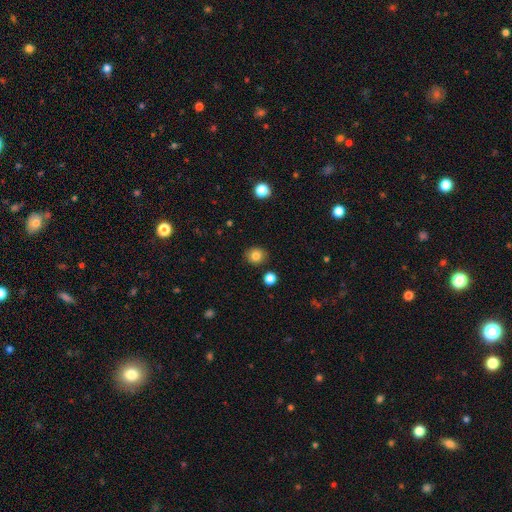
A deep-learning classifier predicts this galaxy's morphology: This is clearly a smooth galaxy (83%). How rounded: clearly round (82%). Merging: clearly none (88%).